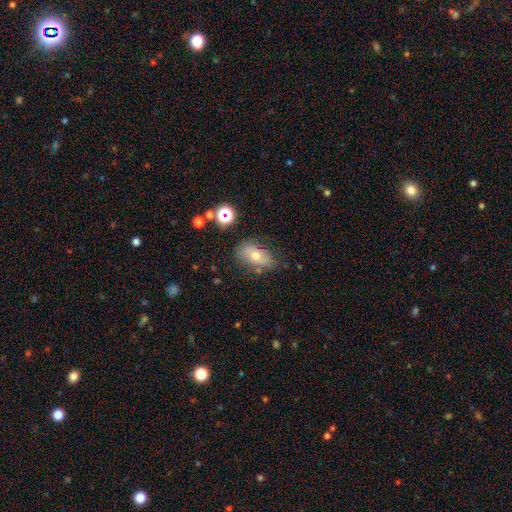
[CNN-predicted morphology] This appears to be a smooth galaxy with no disk features (59%) that is in between round and cigar-shaped (84%). Merging: none (70%).